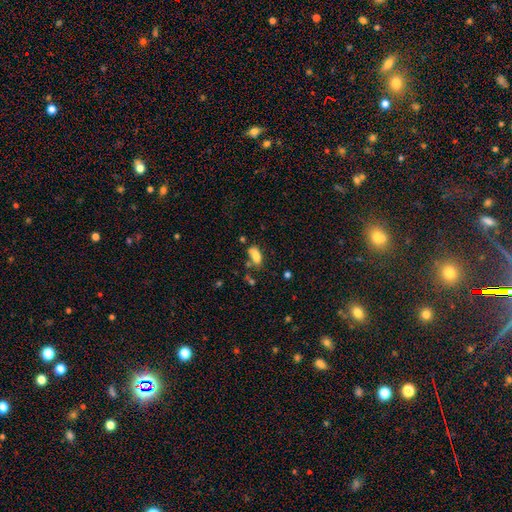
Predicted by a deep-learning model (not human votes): A smooth galaxy with no disk features (79%) that is in between round and cigar-shaped (85%).

Vote fractions:
- Smooth or featured? smooth: 79% / featured or disk: 12% / star or artifact: 10%
- How rounded? in between: 85% / cigar-shaped: 11% / round: 4%
- Merging? none: 49% / minor disturbance: 24% / merger: 17% / major disturbance: 10%